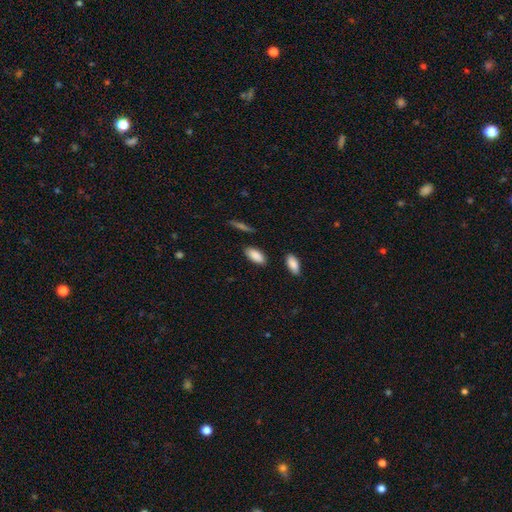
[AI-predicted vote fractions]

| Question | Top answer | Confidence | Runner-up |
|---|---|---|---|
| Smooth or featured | smooth | 89% | star or artifact (6%) |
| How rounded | in between | 89% | cigar-shaped (9%) |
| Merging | none | 85% | minor disturbance (10%) |